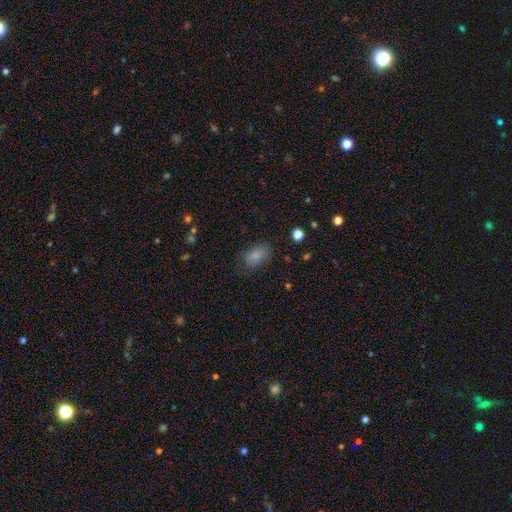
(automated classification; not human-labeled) A smooth galaxy with no disk features (83%) that is in between round and cigar-shaped (89%). Merging: none (74%).